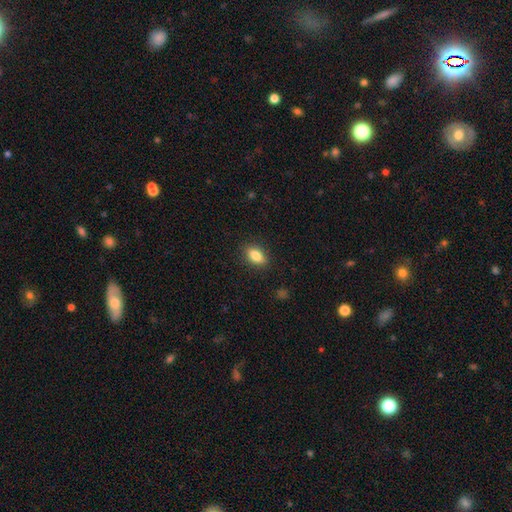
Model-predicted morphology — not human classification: Smooth or featured: smooth — 84% (featured or disk — 8%)
How rounded: in between — 84% (round — 10%)
Merging: none — 87% (minor disturbance — 9%)